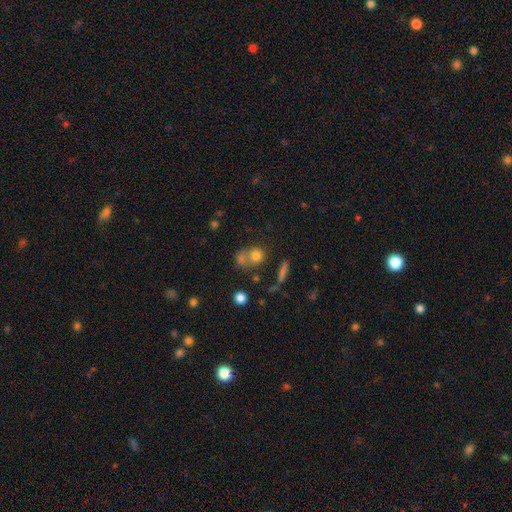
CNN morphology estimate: smooth_or_featured: smooth (p=0.71) [alt: featured or disk p=0.15]
how_rounded: round (p=0.70) [alt: in between p=0.28]
merging: merger (p=0.49) [alt: none p=0.35]